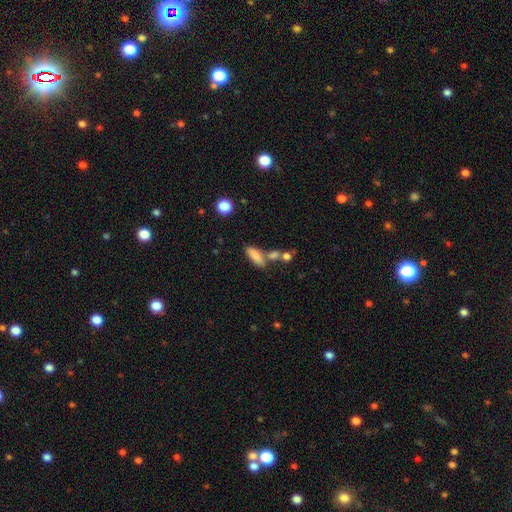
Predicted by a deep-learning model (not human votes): Q: Smooth or featured?
A: smooth (81%); runner-up: featured or disk (10%)
Q: How rounded?
A: in between (63%); runner-up: cigar-shaped (34%)
Q: Merging?
A: none (54%); runner-up: merger (25%)